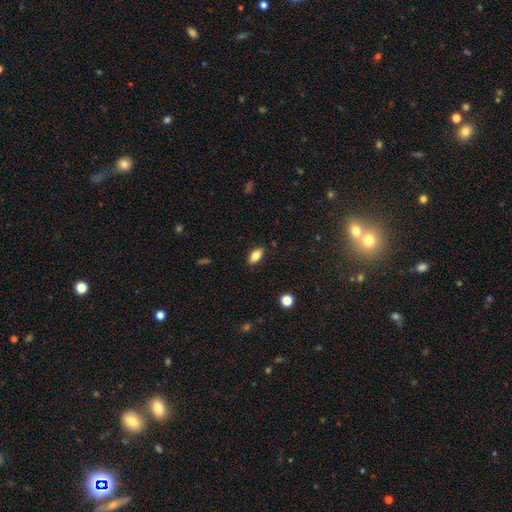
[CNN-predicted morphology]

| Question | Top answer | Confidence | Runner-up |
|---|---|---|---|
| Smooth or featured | smooth | 81% | featured or disk (11%) |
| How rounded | in between | 89% | cigar-shaped (7%) |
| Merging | none | 87% | minor disturbance (10%) |